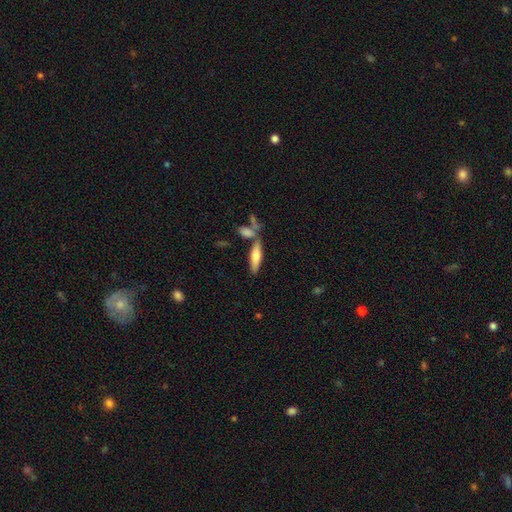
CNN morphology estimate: smooth 63%, featured or disk 31%, star or artifact 6%. Down the decision tree: how rounded — cigar-shaped (63%); merging — none (67%).